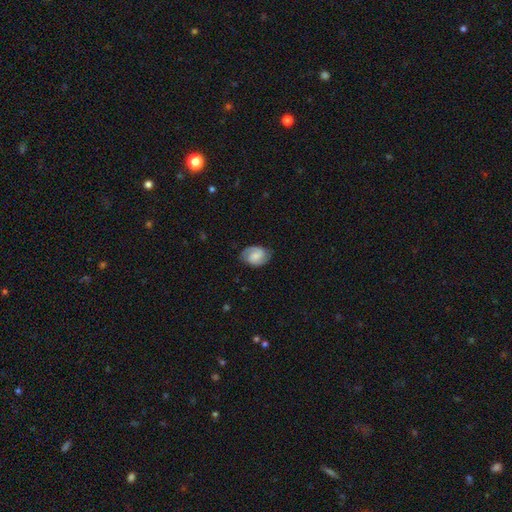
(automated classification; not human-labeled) Smooth or featured? Predicted: featured or disk (p=0.71). Edge-on disk? Predicted: no (p=0.98). Bar? Predicted: weak (p=0.49). Spiral arms? Predicted: yes (p=0.95). Spiral winding? Predicted: medium (p=0.47). Spiral arm count? Predicted: 2 (p=0.90). Bulge size? Predicted: small (p=0.39). Merging? Predicted: none (p=0.82).